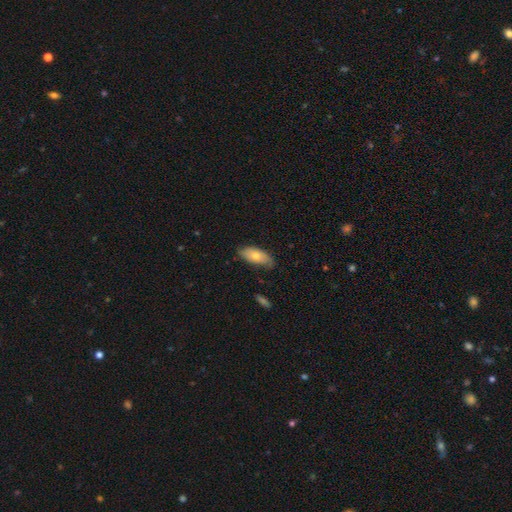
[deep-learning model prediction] Q: Smooth or featured?
A: smooth (71%); runner-up: featured or disk (23%)
Q: How rounded?
A: in between (87%); runner-up: cigar-shaped (11%)
Q: Merging?
A: none (71%); runner-up: minor disturbance (24%)